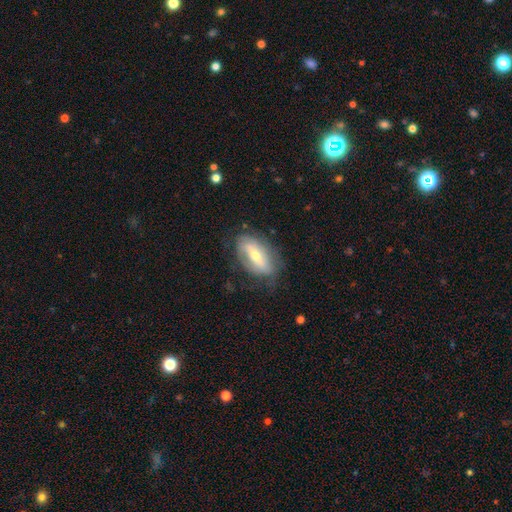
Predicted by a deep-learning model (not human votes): A featured or disk galaxy (59%). Merging: none (63%).